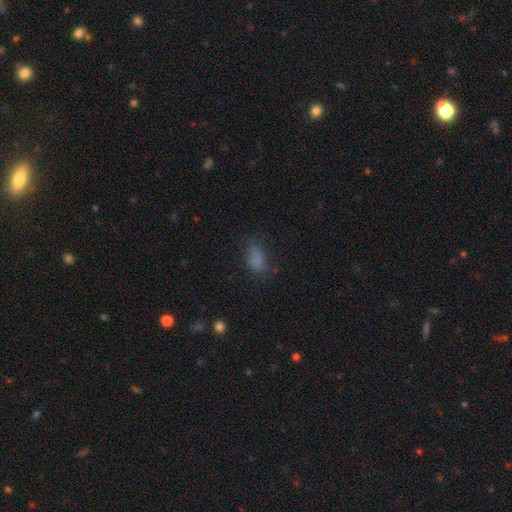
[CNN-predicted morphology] This appears to be a smooth galaxy with no disk features (76%) that is in between round and cigar-shaped (85%). Merging: none (67%).